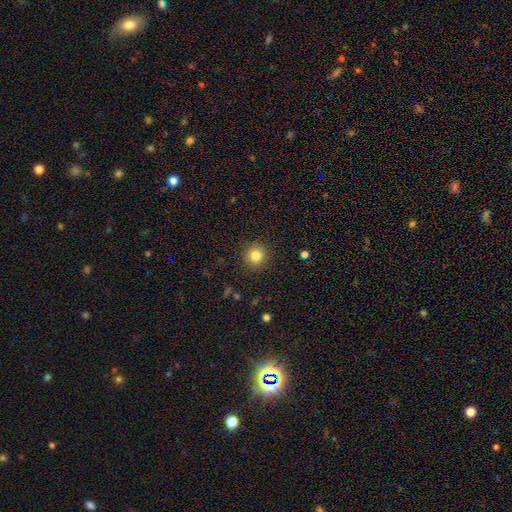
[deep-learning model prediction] This appears to be a smooth galaxy with no disk features (82%) that is round (92%). Merging: none (91%).